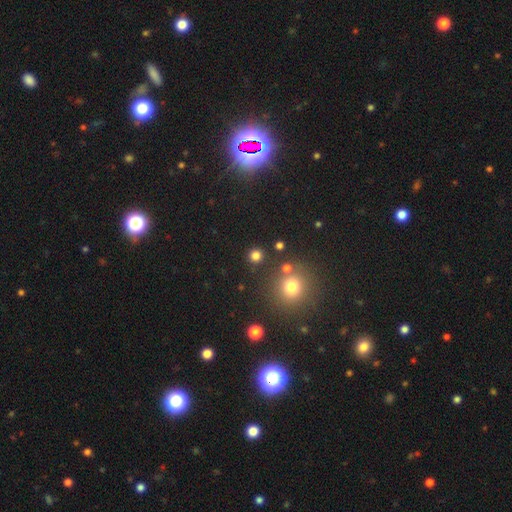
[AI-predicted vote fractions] Q: Smooth or featured?
A: smooth (78%); runner-up: star or artifact (18%)
Q: How rounded?
A: round (93%); runner-up: in between (6%)
Q: Merging?
A: none (88%); runner-up: minor disturbance (6%)